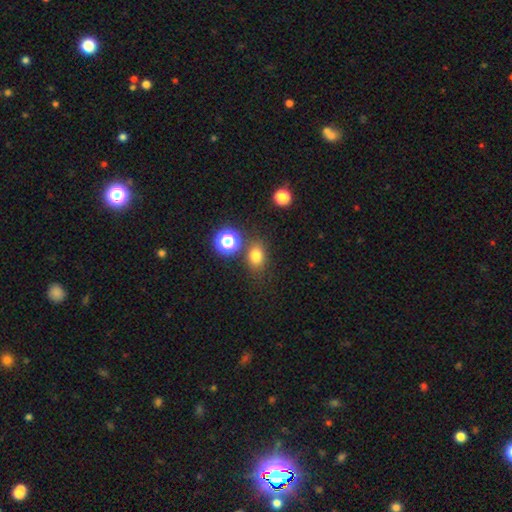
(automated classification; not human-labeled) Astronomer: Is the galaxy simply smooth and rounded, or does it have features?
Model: smooth — 77%.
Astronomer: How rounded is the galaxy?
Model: in between — 56% (runner-up: round, 42%).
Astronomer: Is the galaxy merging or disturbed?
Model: none — 75%.